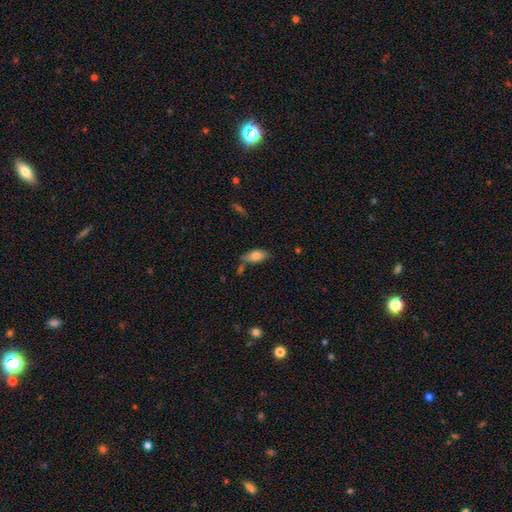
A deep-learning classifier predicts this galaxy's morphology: smooth-or-featured: smooth: 76% | featured or disk: 17% | star or artifact: 7%
  how-rounded: in between: 85% | cigar-shaped: 12% | round: 3%
  merging: none: 64% | minor disturbance: 22% | merger: 9% | major disturbance: 5%